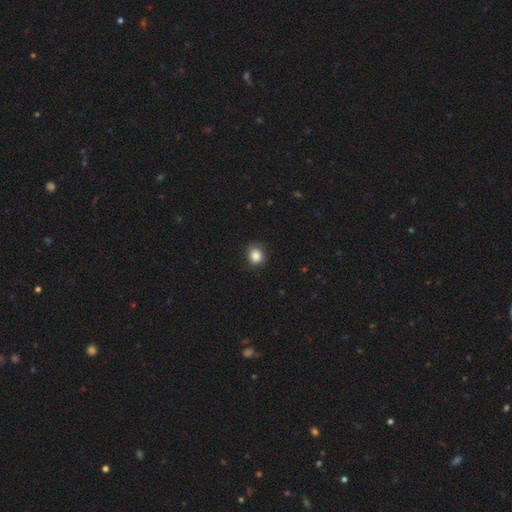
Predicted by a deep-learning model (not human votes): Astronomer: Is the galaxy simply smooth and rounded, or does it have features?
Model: smooth — 85%.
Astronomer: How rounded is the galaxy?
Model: round — 76%.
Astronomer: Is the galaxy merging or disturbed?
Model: none — 84%.